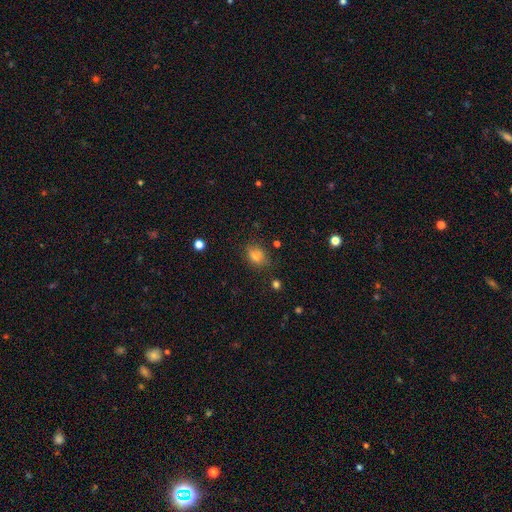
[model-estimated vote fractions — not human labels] smooth 77%, star or artifact 14%, featured or disk 9%. Down the decision tree: how rounded — in between (56%); merging — none (72%).